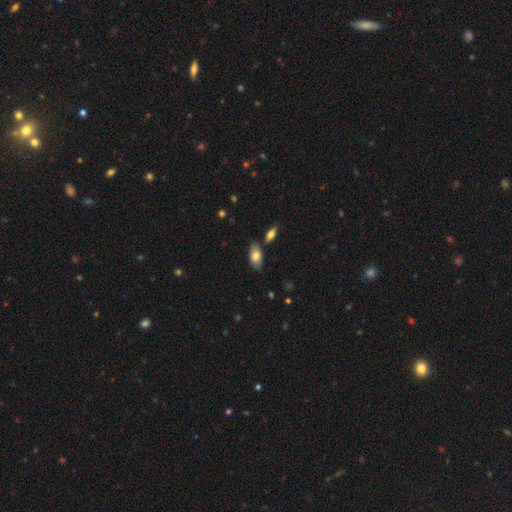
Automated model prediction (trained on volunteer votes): Q: Smooth or featured?
A: smooth (76%); runner-up: featured or disk (17%)
Q: How rounded?
A: in between (91%); runner-up: cigar-shaped (6%)
Q: Merging?
A: none (78%); runner-up: minor disturbance (12%)